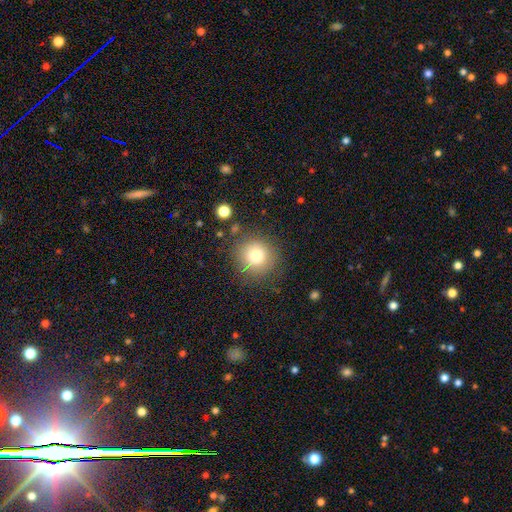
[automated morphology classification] Q: Smooth or featured?
A: smooth (77%); runner-up: star or artifact (12%)
Q: How rounded?
A: round (93%); runner-up: in between (6%)
Q: Merging?
A: none (81%); runner-up: minor disturbance (11%)